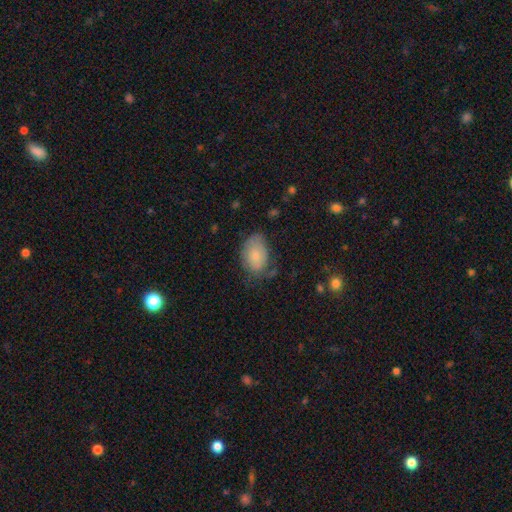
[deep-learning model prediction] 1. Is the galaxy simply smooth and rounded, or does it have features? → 75% smooth, 17% featured or disk, 7% star or artifact.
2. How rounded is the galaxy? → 85% in between, 14% round, 1% cigar-shaped.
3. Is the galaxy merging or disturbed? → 55% none, 32% minor disturbance, 11% major disturbance, 2% merger.